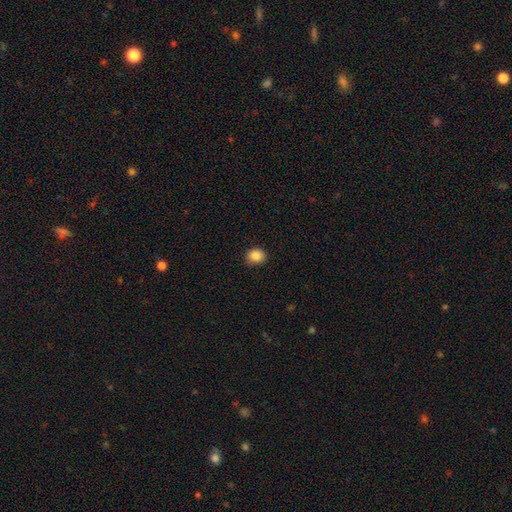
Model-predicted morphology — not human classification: A smooth galaxy with no disk features (86%) that is round (67%).

Vote fractions:
- Smooth or featured? smooth: 86% / star or artifact: 10% / featured or disk: 4%
- How rounded? round: 67% / in between: 32% / cigar-shaped: 1%
- Merging? none: 87% / minor disturbance: 10% / major disturbance: 2% / merger: 1%